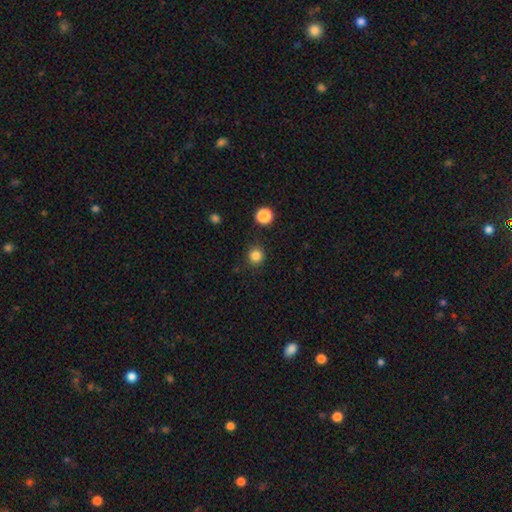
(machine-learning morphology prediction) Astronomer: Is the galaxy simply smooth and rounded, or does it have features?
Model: smooth — 84%.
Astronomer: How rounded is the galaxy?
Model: round — 91%.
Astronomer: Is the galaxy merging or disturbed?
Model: none — 89%.